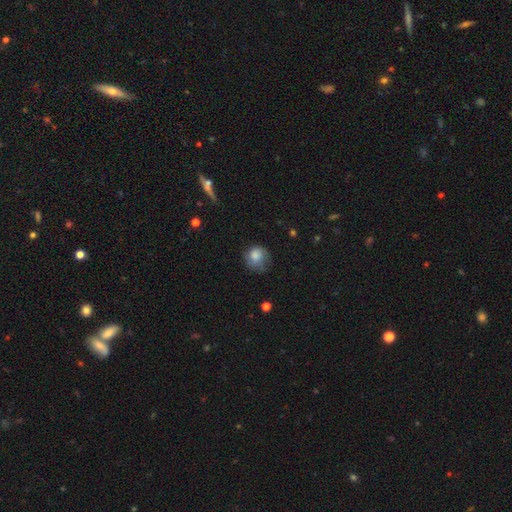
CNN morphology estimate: Q: Smooth or featured?
A: smooth (80%); runner-up: featured or disk (12%)
Q: How rounded?
A: round (81%); runner-up: in between (18%)
Q: Merging?
A: none (51%); runner-up: minor disturbance (32%)